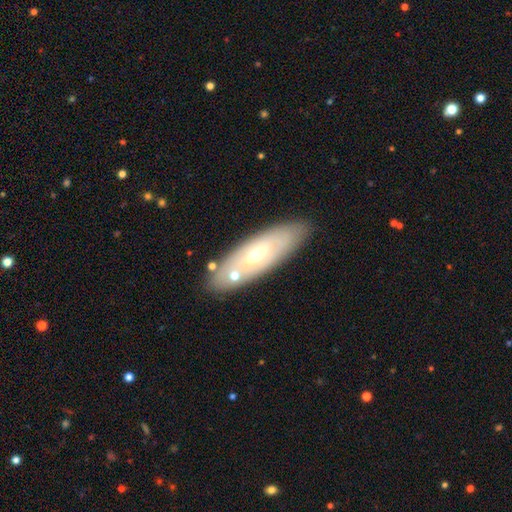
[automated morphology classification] Smooth or featured?
  - featured or disk: 56% *
  - smooth: 37%
  - star or artifact: 7%
Edge-on disk?
  - no: 73% *
  - yes: 27%
Merging?
  - none: 78% *
  - minor disturbance: 12%
  - merger: 7%
  - major disturbance: 3%